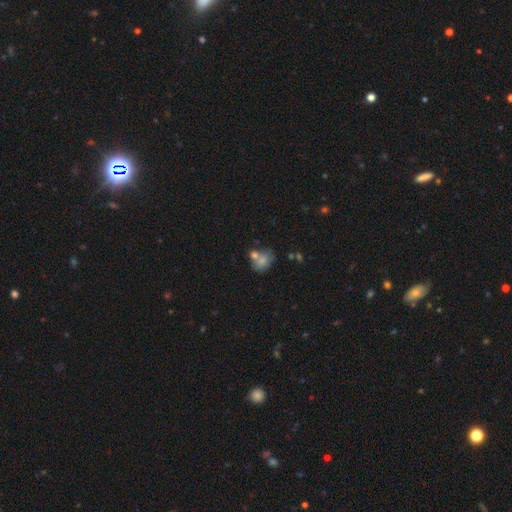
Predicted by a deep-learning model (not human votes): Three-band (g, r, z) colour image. It shows a smooth galaxy with no disk features (48%). Merging: none (54%).